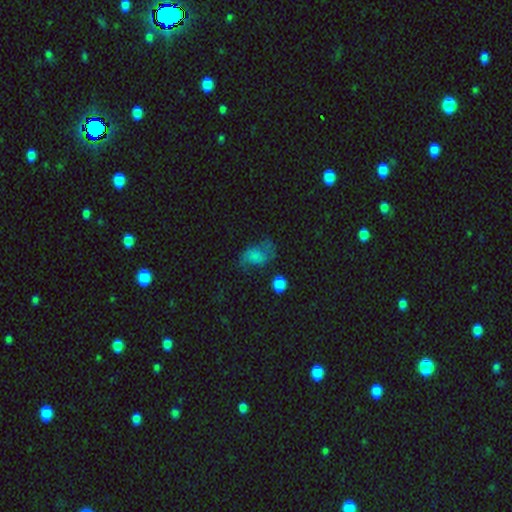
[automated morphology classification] A smooth galaxy with no disk features (48%).

Vote fractions:
- Smooth or featured? smooth: 48% / featured or disk: 38% / star or artifact: 14%
- Merging? none: 43% / major disturbance: 27% / minor disturbance: 26% / merger: 4%